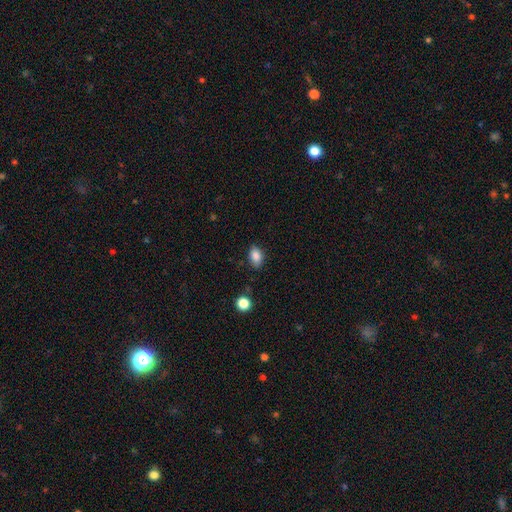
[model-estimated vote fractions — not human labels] smooth 86%, star or artifact 9%, featured or disk 5%. Down the decision tree: how rounded — in between (85%); merging — none (83%).